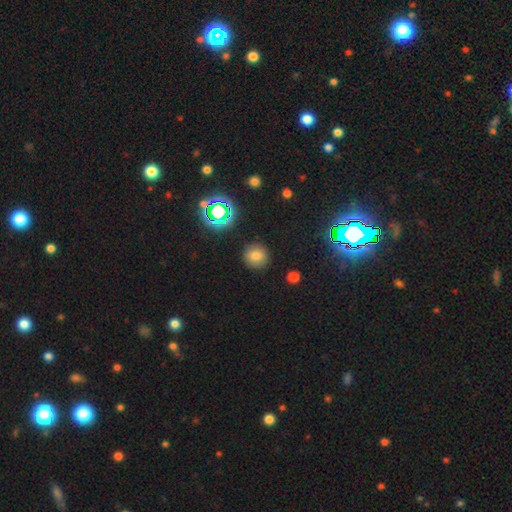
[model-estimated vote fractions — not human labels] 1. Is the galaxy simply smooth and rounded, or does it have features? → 73% smooth, 18% star or artifact, 9% featured or disk.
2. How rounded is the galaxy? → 93% round, 6% in between, 1% cigar-shaped.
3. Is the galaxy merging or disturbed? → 89% none, 7% minor disturbance, 3% major disturbance, 1% merger.